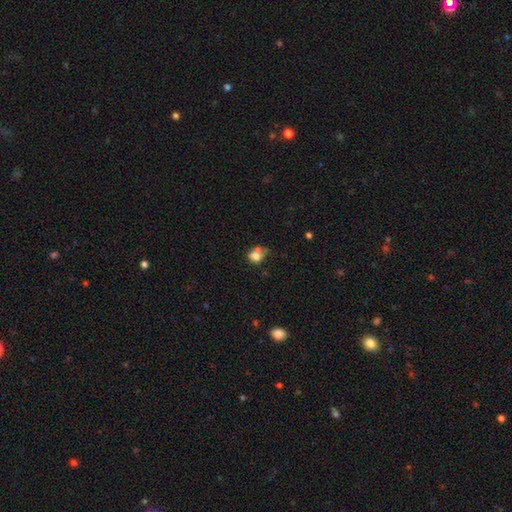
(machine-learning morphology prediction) type=smooth (76%); roundness=round (59%); merging=none (38%).